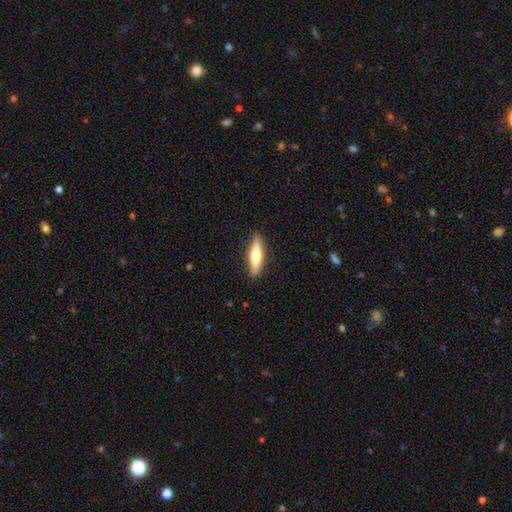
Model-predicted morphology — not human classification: Smooth or featured?
  - smooth: 56% *
  - featured or disk: 39%
  - star or artifact: 5%
How rounded?
  - cigar-shaped: 72% *
  - in between: 27%
  - round: 2%
Merging?
  - none: 90% *
  - minor disturbance: 7%
  - major disturbance: 2%
  - merger: 1%